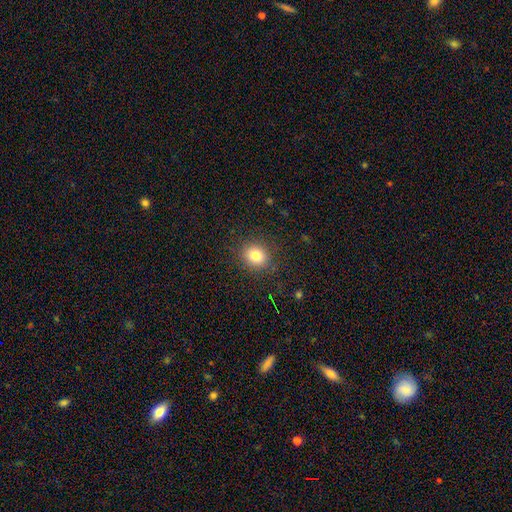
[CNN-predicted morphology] Smooth or featured? smooth (80%)
How rounded? round (72%)
Merging? none (87%)